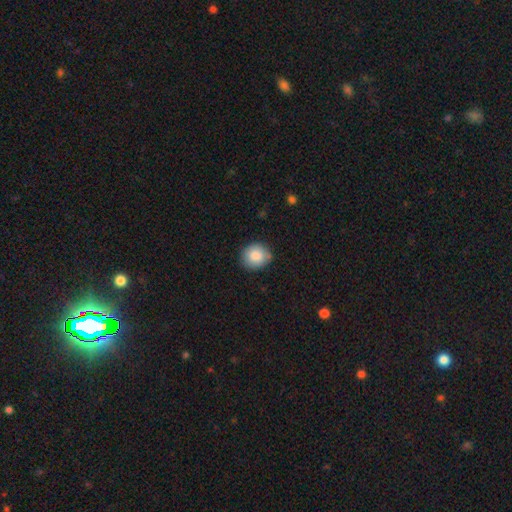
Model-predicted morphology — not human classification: Smooth or featured: smooth — 86% (star or artifact — 8%)
How rounded: round — 78% (in between — 21%)
Merging: none — 81% (minor disturbance — 15%)